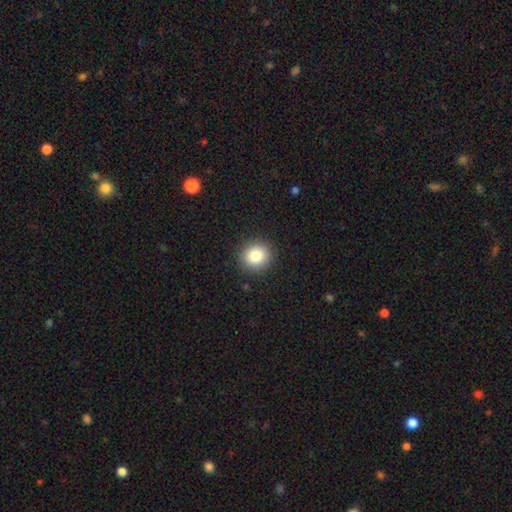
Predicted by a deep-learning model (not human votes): Smooth or featured? Predicted: smooth (p=0.83). How rounded? Predicted: round (p=0.87). Merging? Predicted: none (p=0.91).